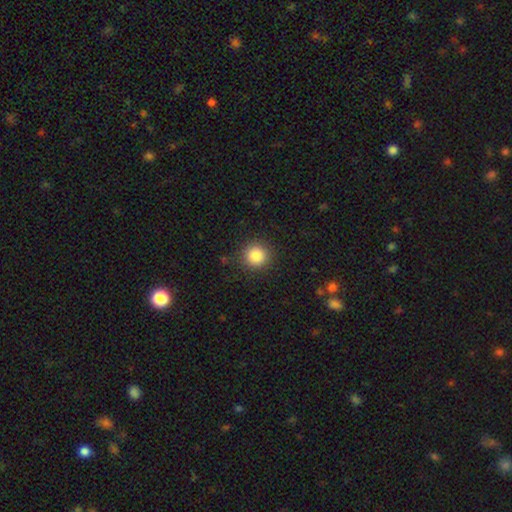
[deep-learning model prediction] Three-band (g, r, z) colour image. It shows a smooth galaxy with no disk features (85%) that is round (94%). Merging: none (89%).